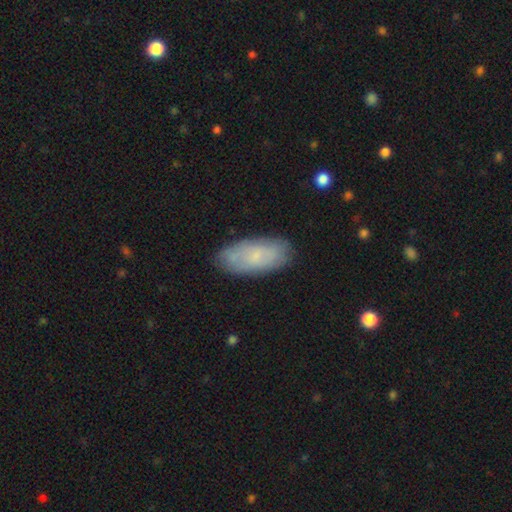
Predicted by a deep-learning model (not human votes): The model was most divided on "smooth or featured": smooth: 66%, featured or disk: 27%, star or artifact: 7%. More confident: how rounded — in between (89%); merging — none (81%).